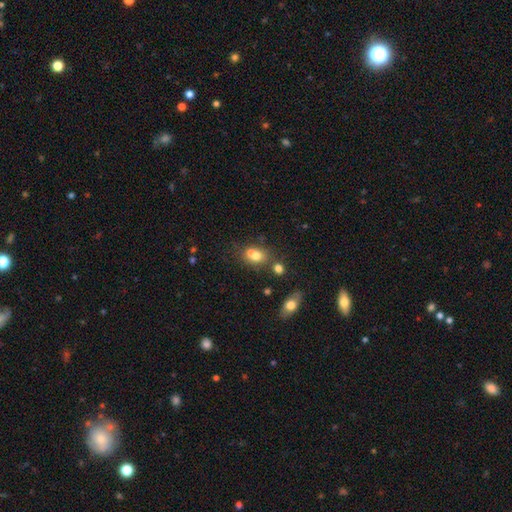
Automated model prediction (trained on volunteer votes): smooth-or-featured: smooth: 70% | featured or disk: 17% | star or artifact: 13%
  how-rounded: in between: 51% | round: 47% | cigar-shaped: 2%
  merging: merger: 47% | none: 38% | minor disturbance: 11% | major disturbance: 5%